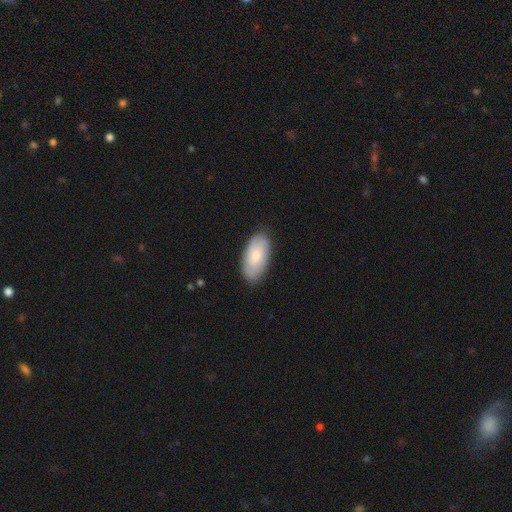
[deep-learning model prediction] Smooth or featured? Predicted: smooth (p=0.73). How rounded? Predicted: in between (p=0.94). Merging? Predicted: none (p=0.82).